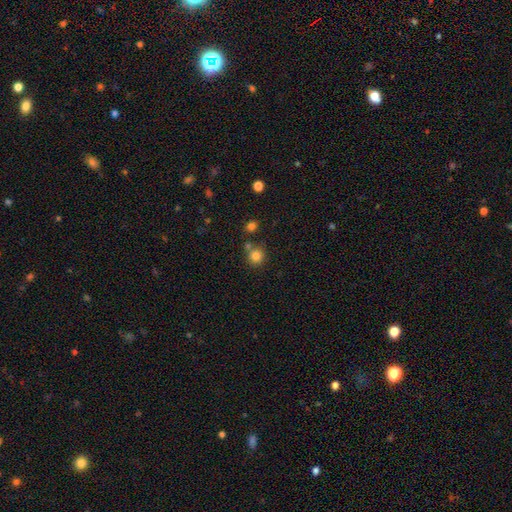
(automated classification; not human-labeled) Q: Smooth or featured?
A: smooth (82%); runner-up: star or artifact (12%)
Q: How rounded?
A: round (91%); runner-up: in between (8%)
Q: Merging?
A: none (72%); runner-up: merger (16%)